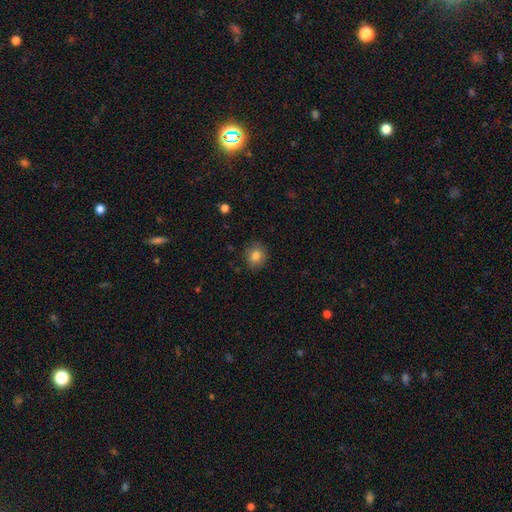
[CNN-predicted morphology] The model was most divided on "how rounded": round: 71%, in between: 28%, cigar-shaped: 1%. More confident: merging — none (86%); smooth or featured — smooth (83%).